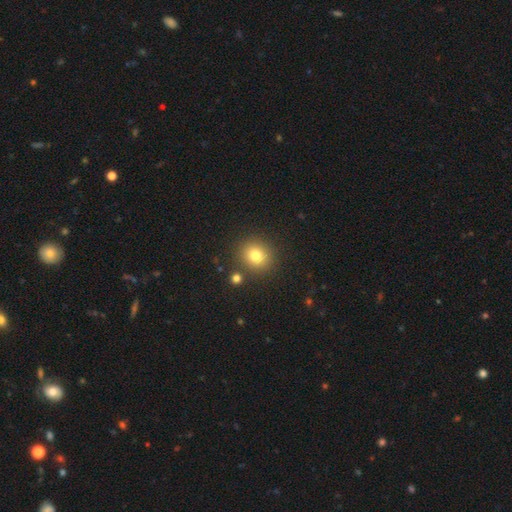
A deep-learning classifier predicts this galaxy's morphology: Smooth or featured?
  - smooth: 79% *
  - star or artifact: 13%
  - featured or disk: 8%
How rounded?
  - round: 83% *
  - in between: 16%
  - cigar-shaped: 1%
Merging?
  - none: 86% *
  - minor disturbance: 7%
  - merger: 4%
  - major disturbance: 3%